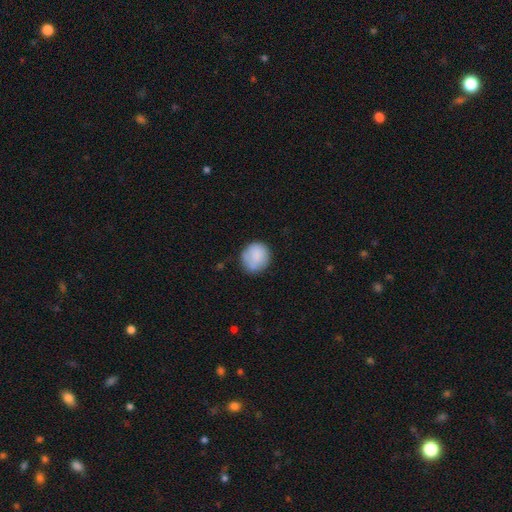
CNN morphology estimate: Overall: smooth (82%). How rounded: round (83%). Merging: none (68%).